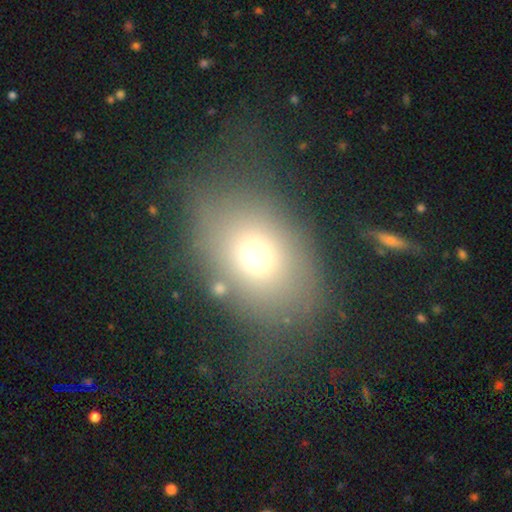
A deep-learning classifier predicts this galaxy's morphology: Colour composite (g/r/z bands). It shows a smooth galaxy with no disk features (67%) that is in between round and cigar-shaped (64%). Merging: none (56%).